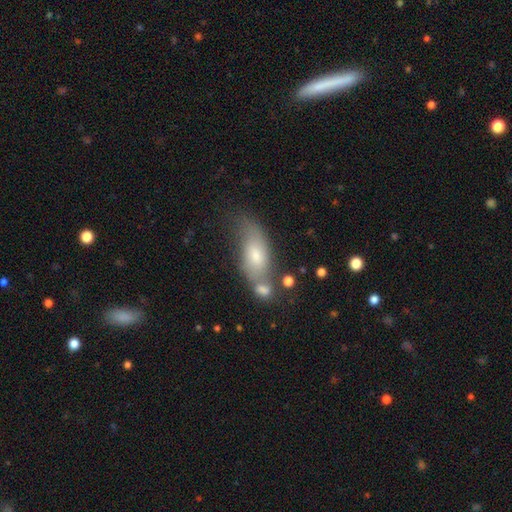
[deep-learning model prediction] This is possibly a smooth galaxy (59%). How rounded: likely in between (74%). Merging: marginally none (39%).